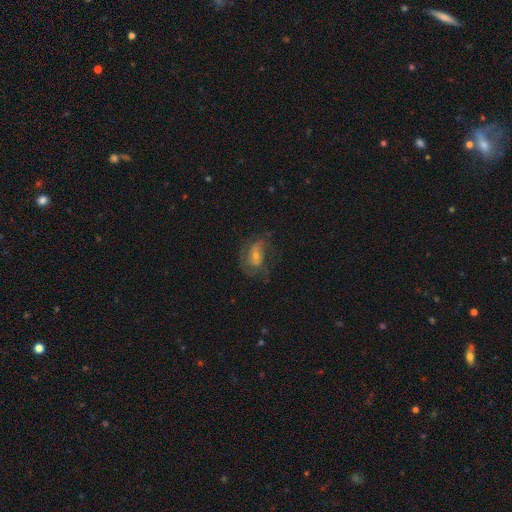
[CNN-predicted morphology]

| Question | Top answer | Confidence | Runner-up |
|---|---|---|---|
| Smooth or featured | featured or disk | 63% | smooth (24%) |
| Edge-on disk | no | 96% | yes (4%) |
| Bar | no | 51% | weak (38%) |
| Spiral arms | yes | 79% | no (21%) |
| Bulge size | small | 57% | moderate (34%) |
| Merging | none | 58% | minor disturbance (20%) |